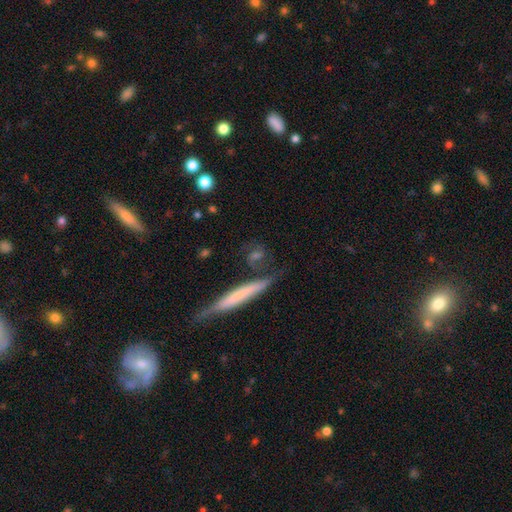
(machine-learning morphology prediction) Smooth or featured? featured or disk (49%)
Merging? none (61%)